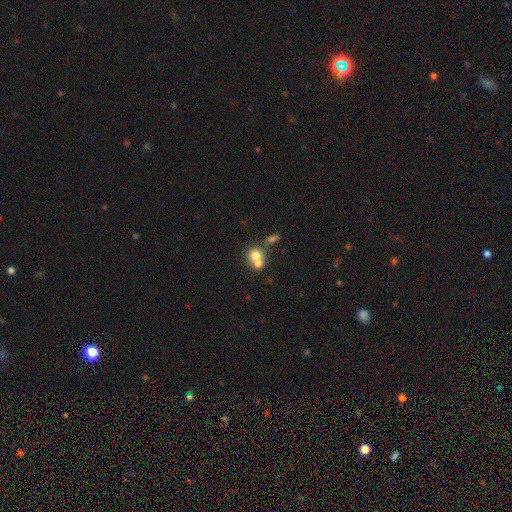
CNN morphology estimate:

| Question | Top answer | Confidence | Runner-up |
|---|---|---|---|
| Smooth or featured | smooth | 70% | featured or disk (19%) |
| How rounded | round | 74% | in between (25%) |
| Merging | merger | 62% | none (29%) |